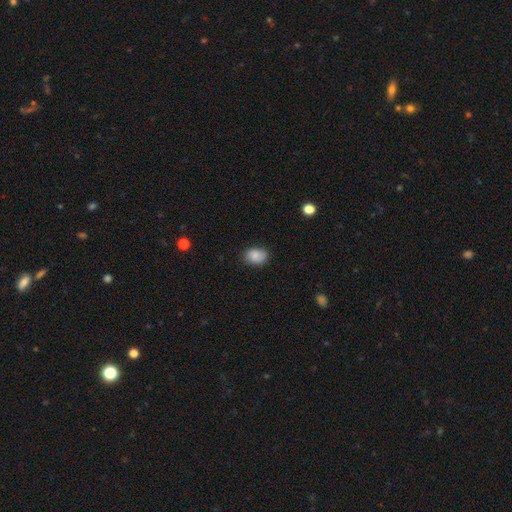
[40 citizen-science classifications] A smooth galaxy with no disk features (85%) that is in between round and cigar-shaped (88%).

Vote fractions:
- Smooth or featured? smooth: 85% / featured or disk: 8% / star or artifact: 8%
- How rounded? in between: 88% / round: 12% / cigar-shaped: 0%
- Merging? none: 78% / minor disturbance: 19% / major disturbance: 3% / merger: 0%